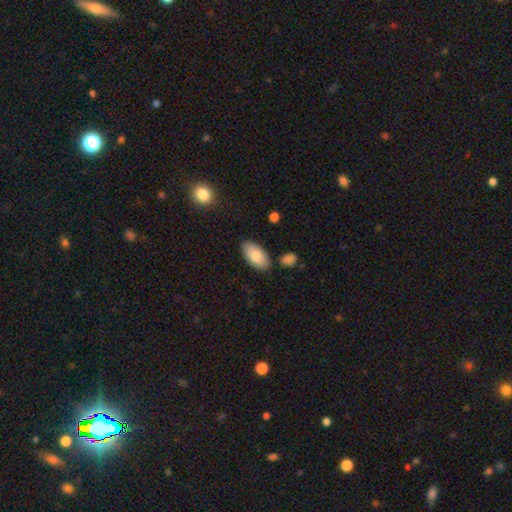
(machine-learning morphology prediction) Overall: smooth (81%). How rounded: in between (95%). Merging: none (82%).